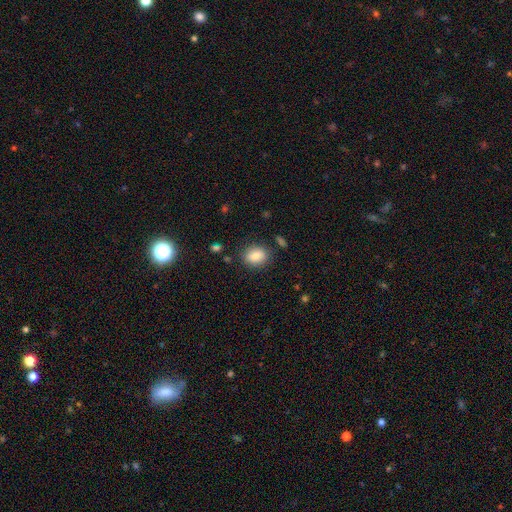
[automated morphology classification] type=smooth (85%); roundness=in between (65%); merging=none (82%).